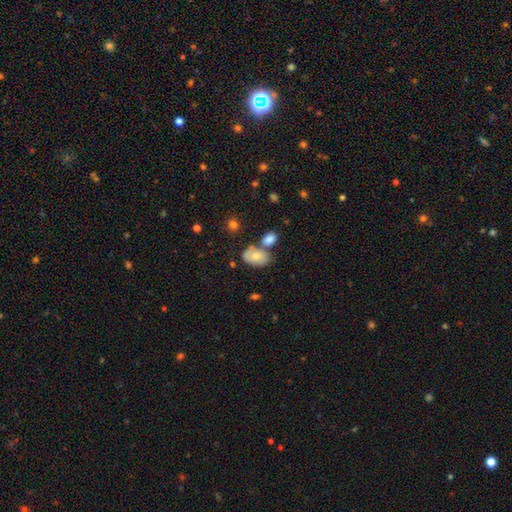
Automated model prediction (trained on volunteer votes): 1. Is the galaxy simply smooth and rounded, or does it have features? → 73% smooth, 19% featured or disk, 8% star or artifact.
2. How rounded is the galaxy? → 86% in between, 12% round, 1% cigar-shaped.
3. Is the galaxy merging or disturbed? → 52% none, 25% merger, 18% minor disturbance, 5% major disturbance.